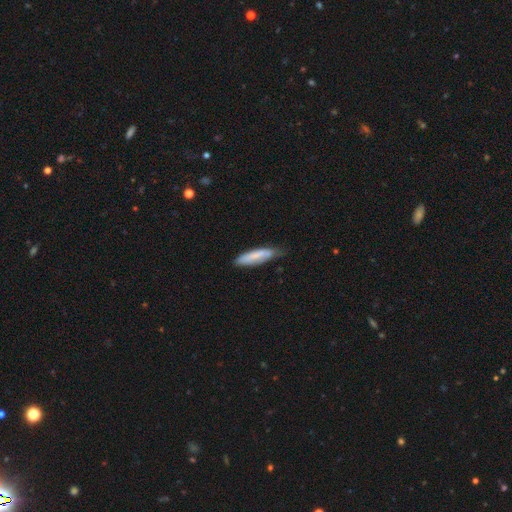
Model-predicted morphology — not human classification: Smooth or featured: smooth — 72% (featured or disk — 22%)
How rounded: cigar-shaped — 71% (in between — 28%)
Merging: none — 54% (minor disturbance — 34%)